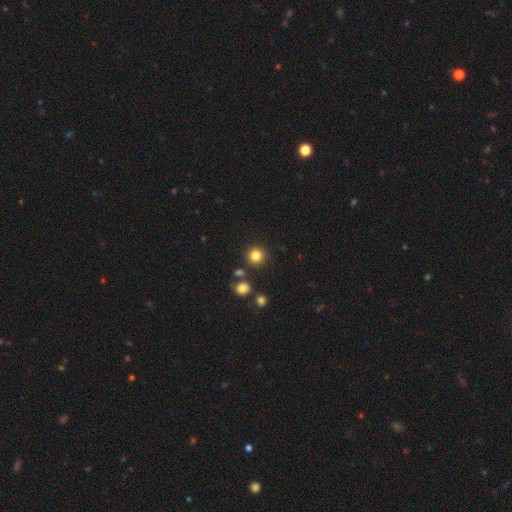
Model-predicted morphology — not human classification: type=smooth (83%); roundness=round (93%); merging=none (87%).